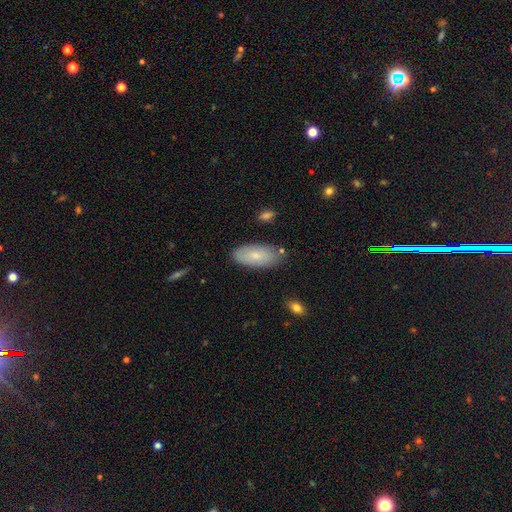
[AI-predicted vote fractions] This is likely a smooth galaxy (73%). How rounded: clearly in between (92%). Merging: likely none (80%).